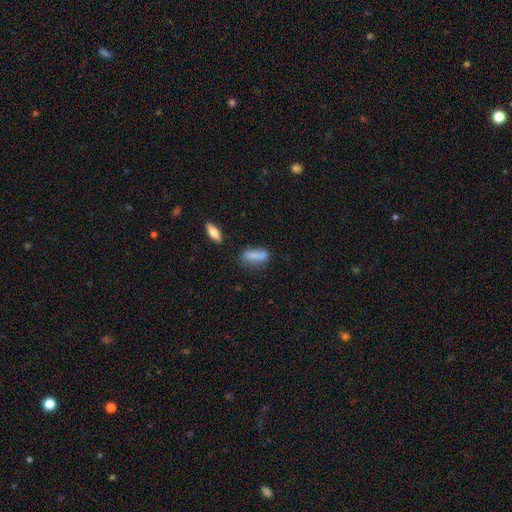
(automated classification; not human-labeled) Smooth or featured: smooth — 71% (featured or disk — 19%)
How rounded: in between — 58% (cigar-shaped — 38%)
Merging: none — 53% (minor disturbance — 26%)